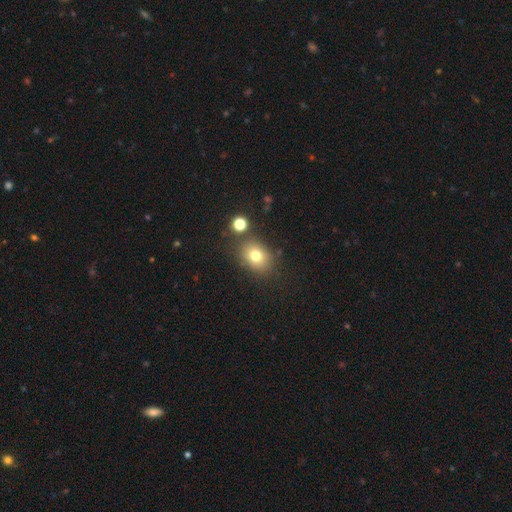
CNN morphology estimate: Overall: smooth (76%). How rounded: in between (54%; round 45%). Merging: none (77%).